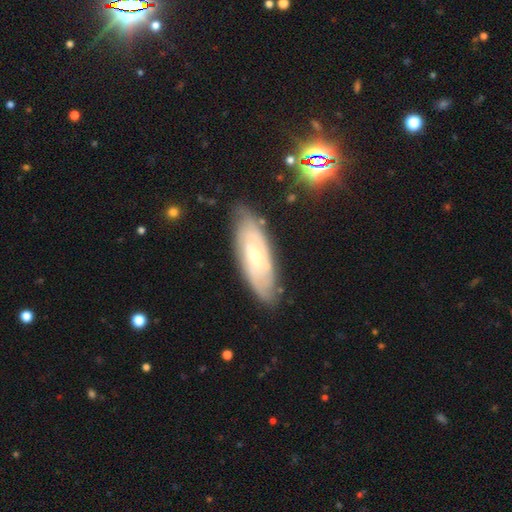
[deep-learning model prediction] smooth_or_featured: featured or disk (p=0.70) [alt: smooth p=0.24]
disk_edge_on: no (p=0.84) [alt: yes p=0.16]
bar: no (p=0.69) [alt: weak p=0.26]
has_spiral_arms: yes (p=0.81) [alt: no p=0.19]
bulge_size: small (p=0.60) [alt: moderate p=0.36]
merging: none (p=0.78) [alt: minor disturbance p=0.16]